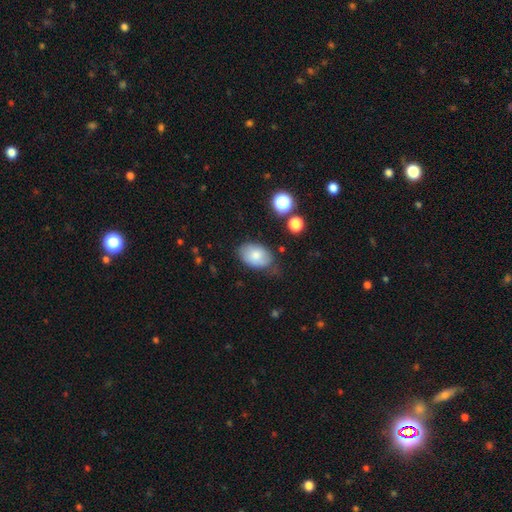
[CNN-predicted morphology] Smooth or featured? Predicted: smooth (p=0.79). How rounded? Predicted: in between (p=0.87). Merging? Predicted: none (p=0.68).